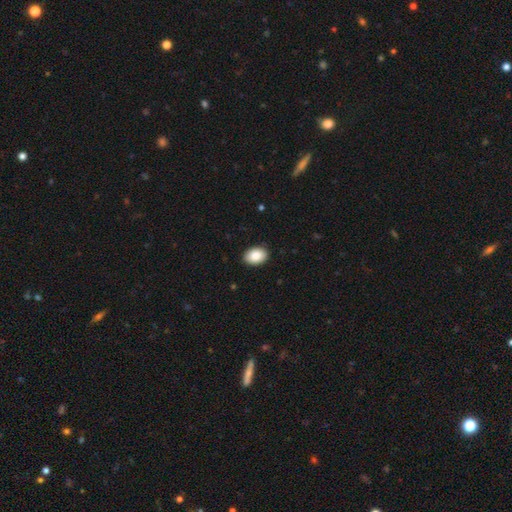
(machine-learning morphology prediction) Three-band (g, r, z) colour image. It shows a smooth galaxy with no disk features (89%) that is in between round and cigar-shaped (83%). Merging: none (89%).